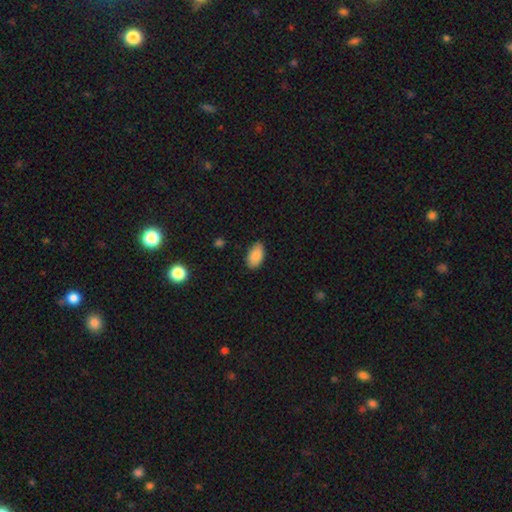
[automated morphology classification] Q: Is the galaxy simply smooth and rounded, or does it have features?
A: smooth — 87%.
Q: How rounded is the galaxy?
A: in between — 95%.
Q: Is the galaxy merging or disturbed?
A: none — 85%.